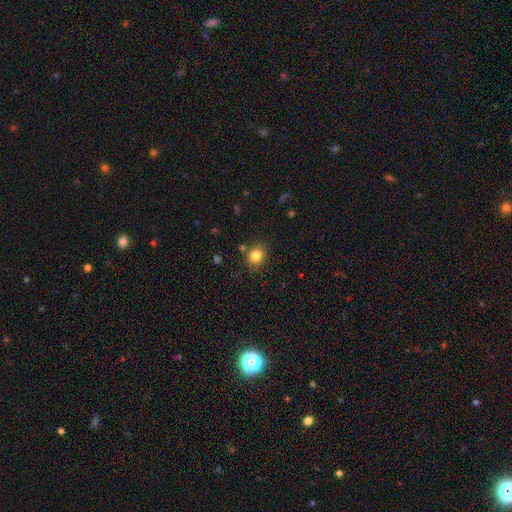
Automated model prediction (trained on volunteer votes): A smooth galaxy with no disk features (83%) that is round (73%). Merging: none (81%).